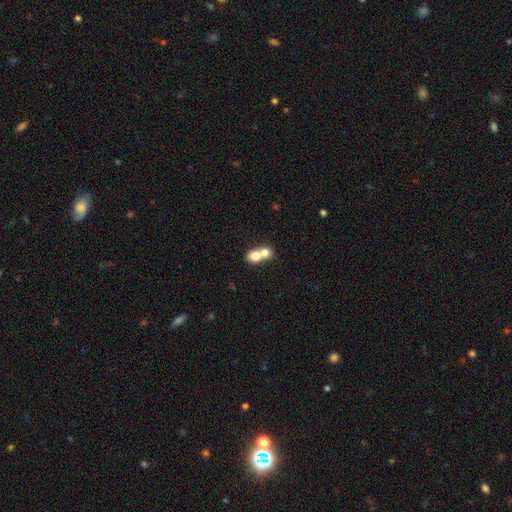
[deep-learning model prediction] Overall: smooth (74%). How rounded: round (57%; in between 41%). Merging: merger (71%).